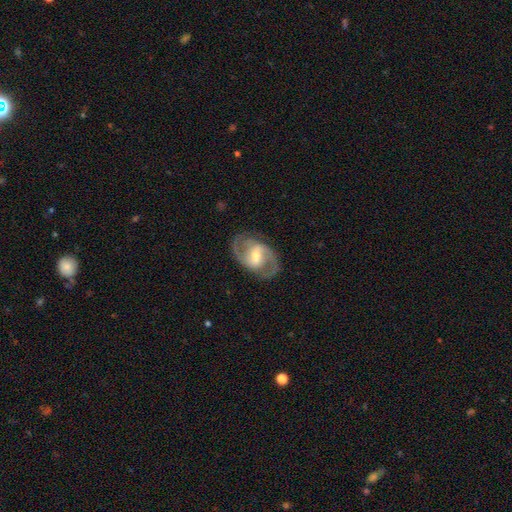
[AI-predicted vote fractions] Q: Smooth or featured?
A: featured or disk (88%); runner-up: smooth (7%)
Q: Edge-on disk?
A: no (97%); runner-up: yes (3%)
Q: Bar?
A: weak (52%); runner-up: strong (31%)
Q: Spiral arms?
A: yes (96%); runner-up: no (4%)
Q: Spiral winding?
A: medium (59%); runner-up: tight (22%)
Q: Spiral arm count?
A: 2 (90%); runner-up: can't tell (4%)
Q: Bulge size?
A: moderate (57%); runner-up: small (34%)
Q: Merging?
A: none (81%); runner-up: minor disturbance (12%)